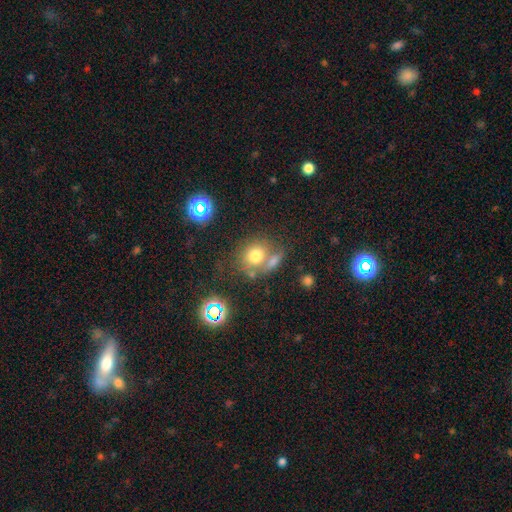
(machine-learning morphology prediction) This is likely a smooth galaxy (71%). How rounded: likely round (73%). Merging: possibly none (51%).